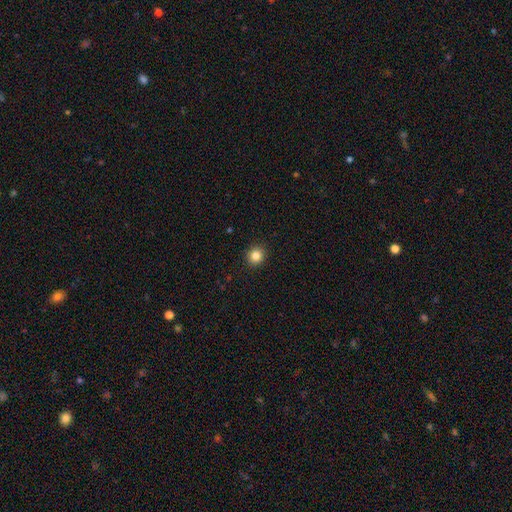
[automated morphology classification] Smooth or featured? smooth (84%)
How rounded? round (89%)
Merging? none (92%)